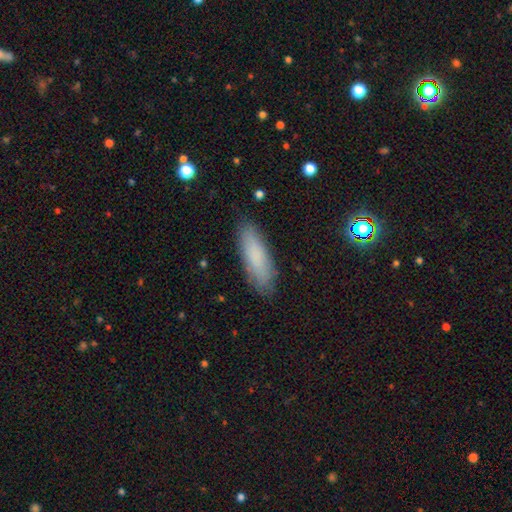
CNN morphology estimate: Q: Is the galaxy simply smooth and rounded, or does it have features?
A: smooth — 79%.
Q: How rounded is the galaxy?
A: cigar-shaped — 50%.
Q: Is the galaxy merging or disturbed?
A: none — 85%.